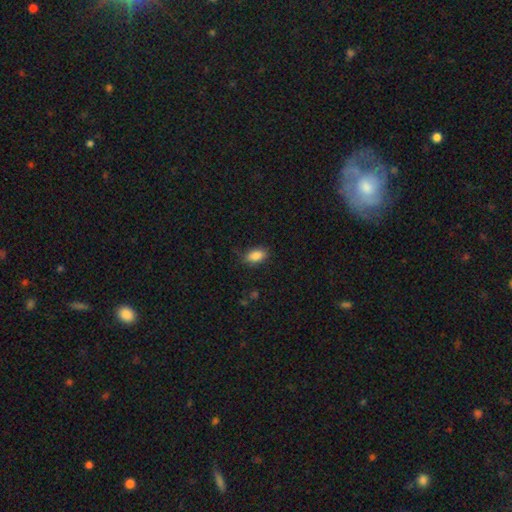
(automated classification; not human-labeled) The model was most divided on "merging": none: 77%, minor disturbance: 17%, major disturbance: 4%, merger: 1%. More confident: how rounded — in between (90%); smooth or featured — smooth (87%).